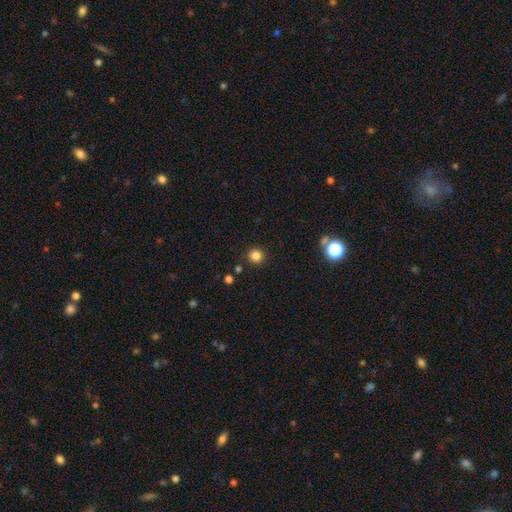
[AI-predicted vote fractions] Q: Smooth or featured?
A: smooth (83%); runner-up: star or artifact (13%)
Q: How rounded?
A: round (93%); runner-up: in between (6%)
Q: Merging?
A: none (89%); runner-up: minor disturbance (6%)